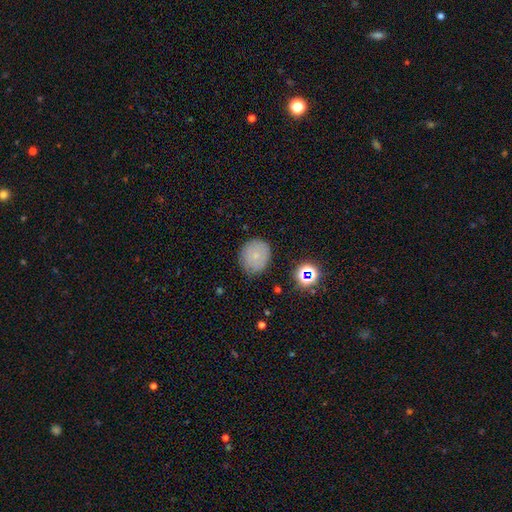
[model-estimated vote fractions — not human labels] This appears to be a smooth galaxy with no disk features (72%) that is round (78%). Merging: none (78%).